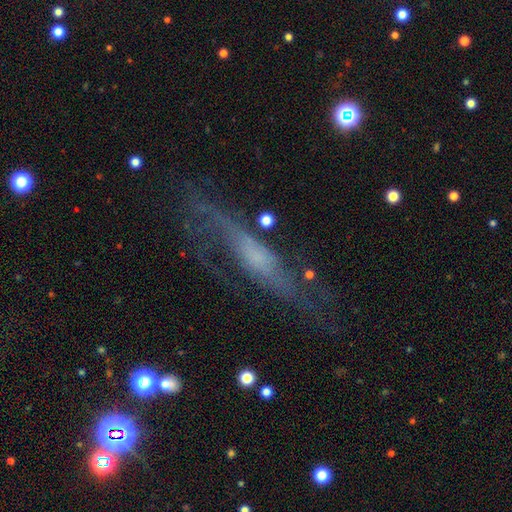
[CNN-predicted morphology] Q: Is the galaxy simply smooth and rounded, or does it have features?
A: featured or disk — 66%.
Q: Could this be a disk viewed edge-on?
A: yes — 51%.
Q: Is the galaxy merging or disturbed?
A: none — 61%.